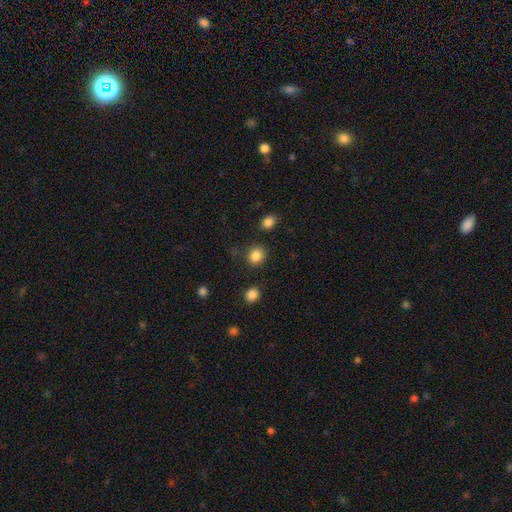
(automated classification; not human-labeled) Smooth or featured? Predicted: smooth (p=0.85). How rounded? Predicted: round (p=0.80). Merging? Predicted: none (p=0.86).